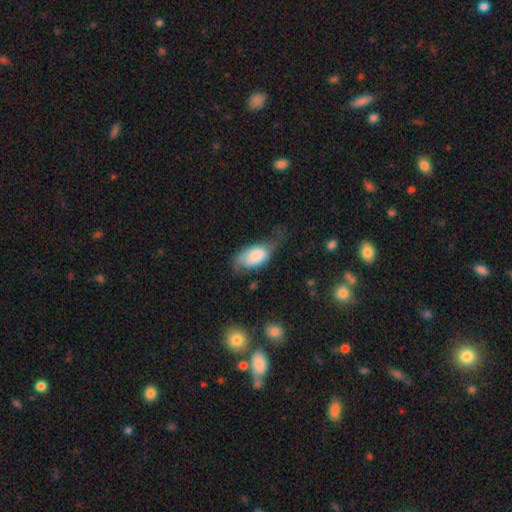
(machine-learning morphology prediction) Smooth or featured? Predicted: smooth (p=0.70). How rounded? Predicted: in between (p=0.92). Merging? Predicted: minor disturbance (p=0.35).